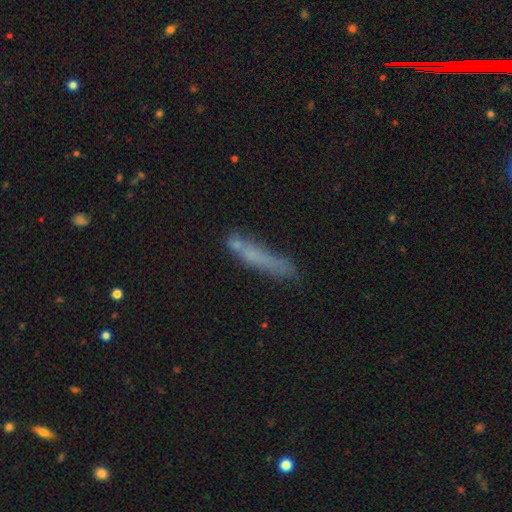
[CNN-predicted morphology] Q: Smooth or featured?
A: smooth (60%); runner-up: featured or disk (28%)
Q: How rounded?
A: cigar-shaped (89%); runner-up: in between (9%)
Q: Merging?
A: none (61%); runner-up: minor disturbance (21%)